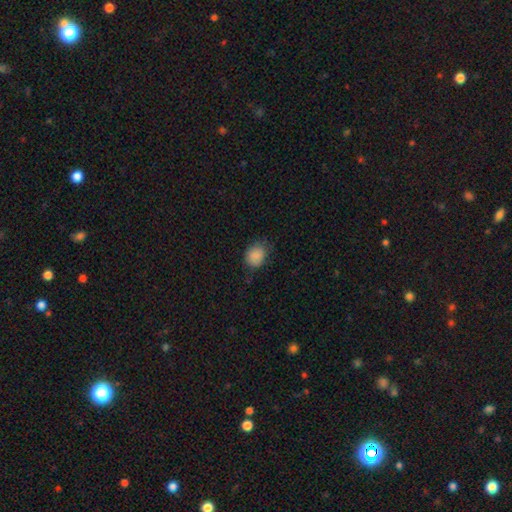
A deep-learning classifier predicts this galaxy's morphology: Smooth or featured? Predicted: smooth (p=0.87). How rounded? Predicted: round (p=0.52). Merging? Predicted: none (p=0.70).